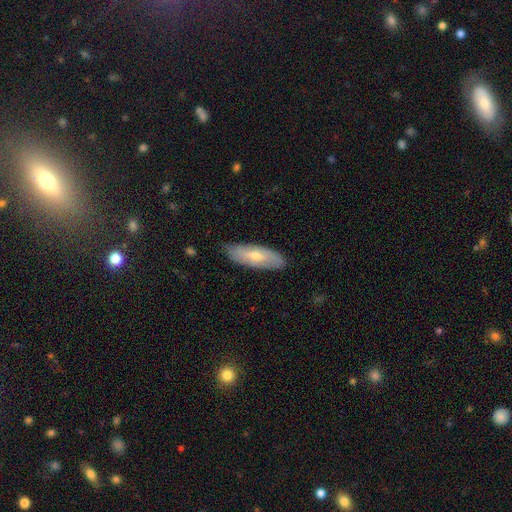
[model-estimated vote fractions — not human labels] Morphology: type=smooth (50%); roundness=in between (65%); merging=none (83%).